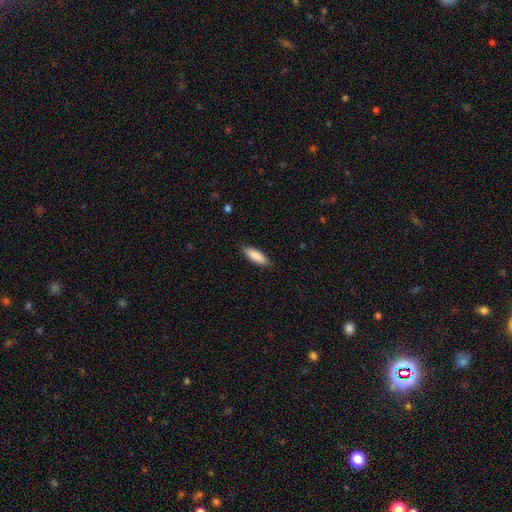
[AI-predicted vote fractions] Q: Smooth or featured?
A: smooth (87%); runner-up: featured or disk (7%)
Q: How rounded?
A: in between (54%); runner-up: cigar-shaped (45%)
Q: Merging?
A: none (86%); runner-up: minor disturbance (11%)